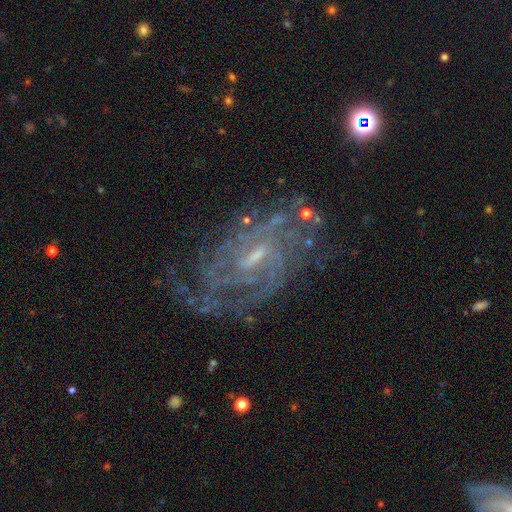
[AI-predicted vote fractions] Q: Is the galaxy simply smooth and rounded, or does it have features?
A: featured or disk — 84%.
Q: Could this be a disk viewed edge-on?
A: no — 96%.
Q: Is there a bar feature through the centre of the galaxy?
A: weak — 57%.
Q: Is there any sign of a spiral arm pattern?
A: yes — 95%.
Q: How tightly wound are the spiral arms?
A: tight — 56%.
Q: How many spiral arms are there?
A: can't tell — 36%.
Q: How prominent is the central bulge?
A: small — 61%.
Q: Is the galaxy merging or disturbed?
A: none — 68%.